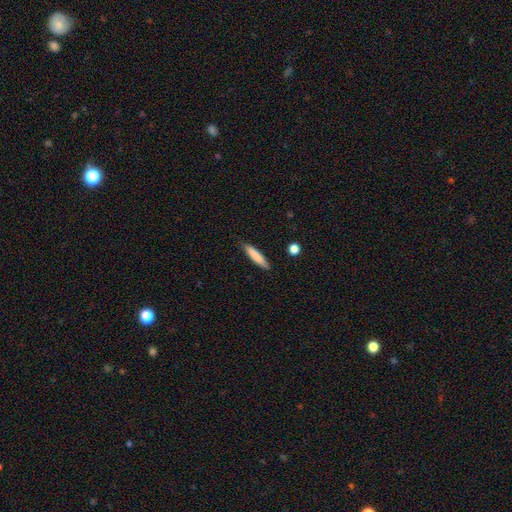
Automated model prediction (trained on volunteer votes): Morphology: type=smooth (81%); roundness=cigar-shaped (88%); merging=none (85%).